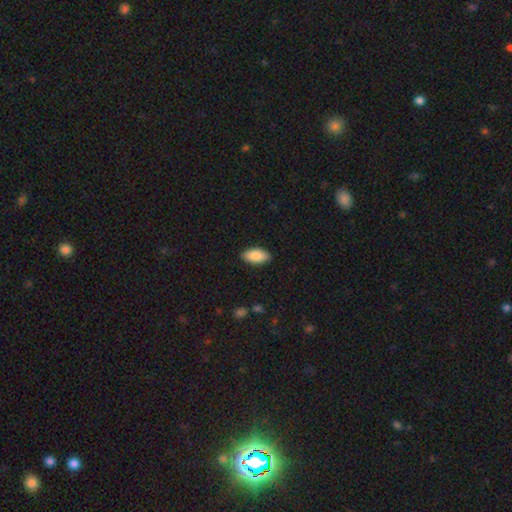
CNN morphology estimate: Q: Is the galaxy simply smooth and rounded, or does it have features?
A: smooth — 87%.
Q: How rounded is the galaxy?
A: in between — 92%.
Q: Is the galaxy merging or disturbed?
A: none — 88%.